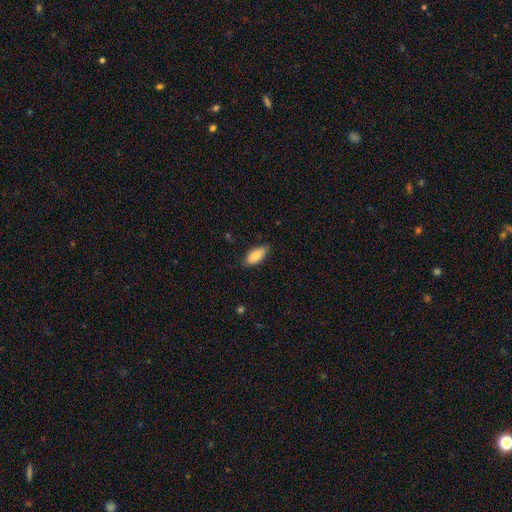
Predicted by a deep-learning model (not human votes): A smooth galaxy with no disk features (83%) that is in between round and cigar-shaped (89%).

Vote fractions:
- Smooth or featured? smooth: 83% / featured or disk: 11% / star or artifact: 6%
- How rounded? in between: 89% / cigar-shaped: 9% / round: 2%
- Merging? none: 81% / minor disturbance: 15% / major disturbance: 2% / merger: 1%